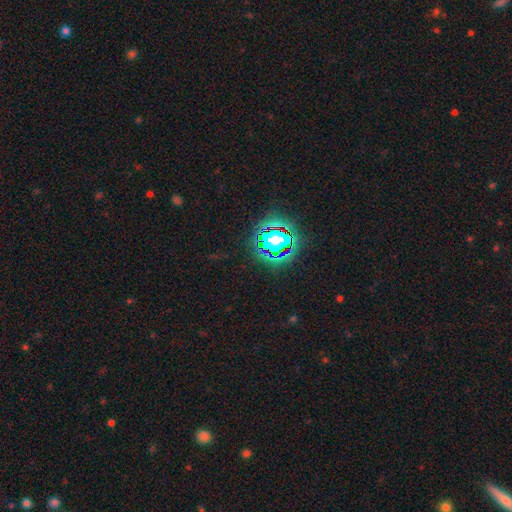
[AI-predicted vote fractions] Smooth or featured? Predicted: star or artifact (p=0.84).